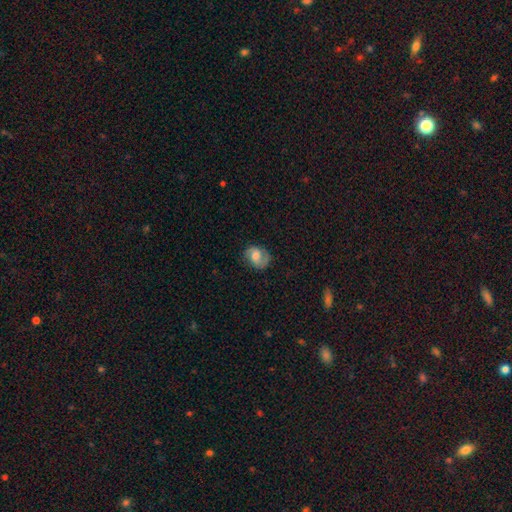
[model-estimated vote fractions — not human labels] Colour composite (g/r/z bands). It shows a featured or disk galaxy (51%). Merging: none (70%).